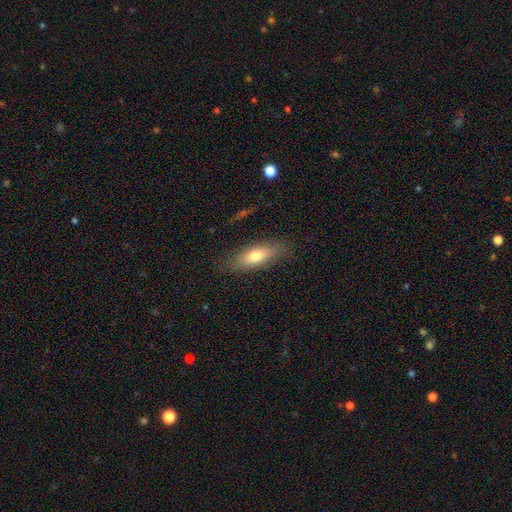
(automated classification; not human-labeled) Smooth or featured? smooth (70%)
How rounded? in between (67%)
Merging? none (79%)